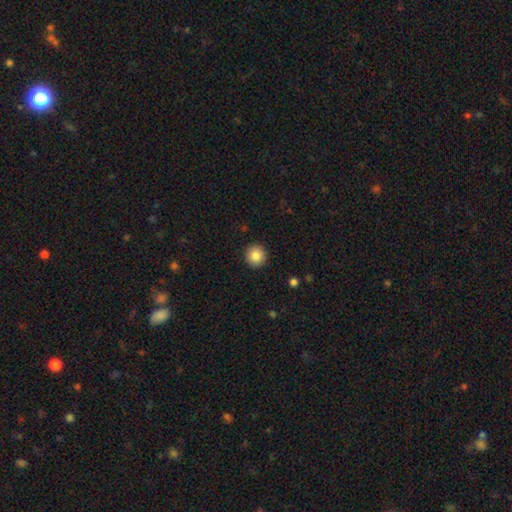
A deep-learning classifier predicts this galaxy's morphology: Q: Smooth or featured?
A: smooth (85%); runner-up: star or artifact (9%)
Q: How rounded?
A: round (95%); runner-up: in between (4%)
Q: Merging?
A: none (93%); runner-up: minor disturbance (5%)